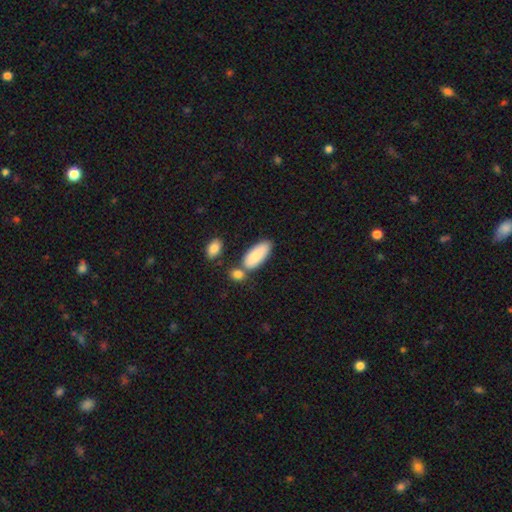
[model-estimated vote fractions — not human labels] smooth_or_featured: smooth (p=0.83) [alt: featured or disk p=0.12]
how_rounded: in between (p=0.87) [alt: cigar-shaped p=0.10]
merging: none (p=0.61) [alt: merger p=0.20]